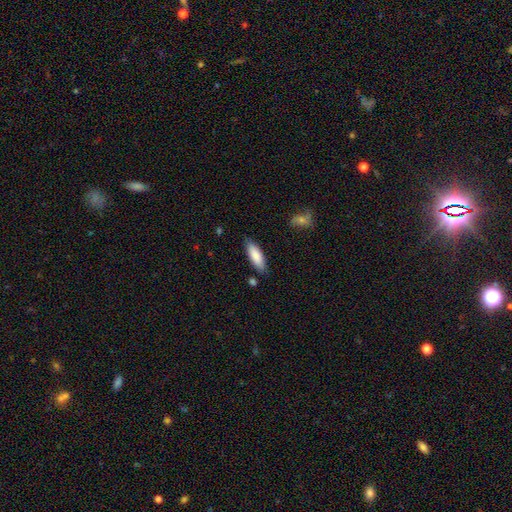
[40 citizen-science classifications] Smooth or featured: smooth — 90% (featured or disk — 8%)
How rounded: in between — 53% (cigar-shaped — 42%)
Merging: none — 79% (minor disturbance — 13%)